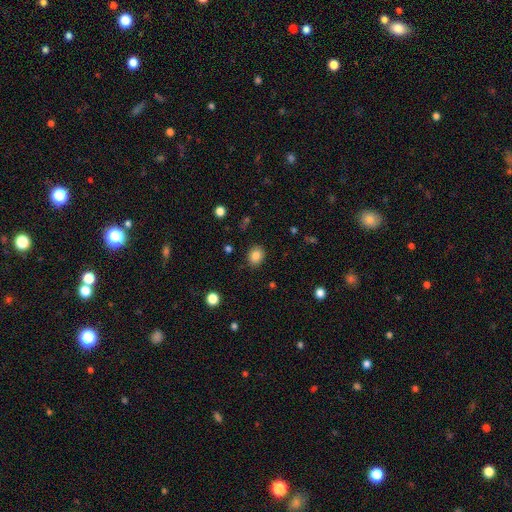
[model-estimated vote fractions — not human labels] Smooth or featured: smooth — 85% (star or artifact — 10%)
How rounded: round — 56% (in between — 43%)
Merging: none — 87% (minor disturbance — 9%)